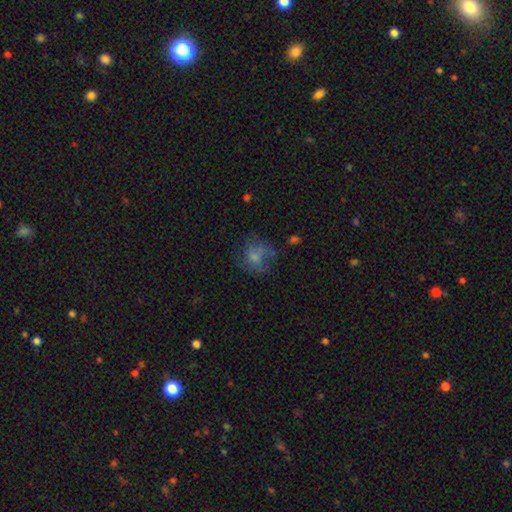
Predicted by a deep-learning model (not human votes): Smooth or featured: smooth — 53% (featured or disk — 34%)
How rounded: round — 66% (in between — 33%)
Merging: none — 46% (major disturbance — 28%)